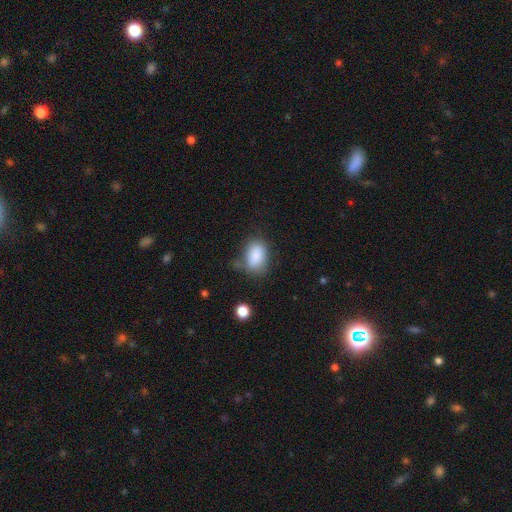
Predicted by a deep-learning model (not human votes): A smooth galaxy with no disk features (84%) that is in between round and cigar-shaped (84%).

Vote fractions:
- Smooth or featured? smooth: 84% / star or artifact: 8% / featured or disk: 8%
- How rounded? in between: 84% / round: 14% / cigar-shaped: 1%
- Merging? none: 56% / minor disturbance: 27% / major disturbance: 10% / merger: 7%